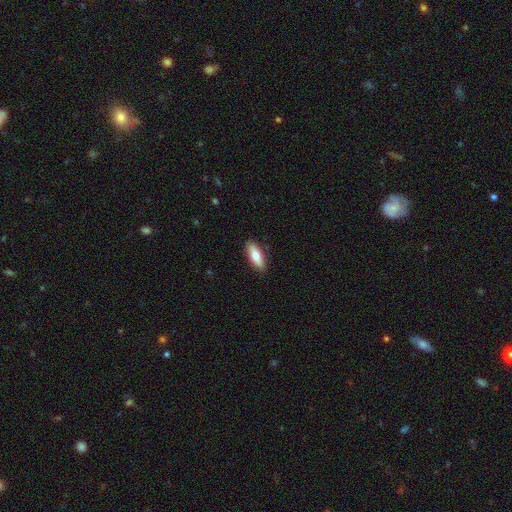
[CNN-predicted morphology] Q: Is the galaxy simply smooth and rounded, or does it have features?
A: smooth — 74%.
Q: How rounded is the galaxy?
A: in between — 65%.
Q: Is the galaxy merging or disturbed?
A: none — 88%.